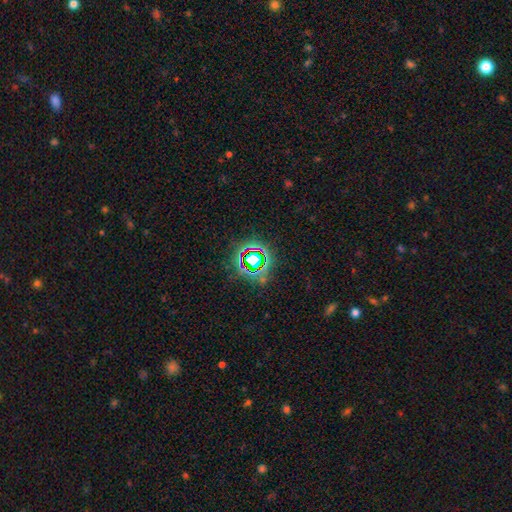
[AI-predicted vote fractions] This appears to be a star or artifact, not a galaxy (74%).